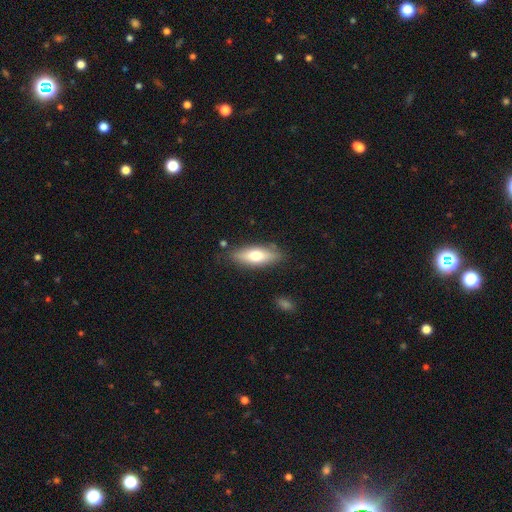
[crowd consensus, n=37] A smooth galaxy with no disk features (62%) that is in between round and cigar-shaped (83%). Merging: none (64%).